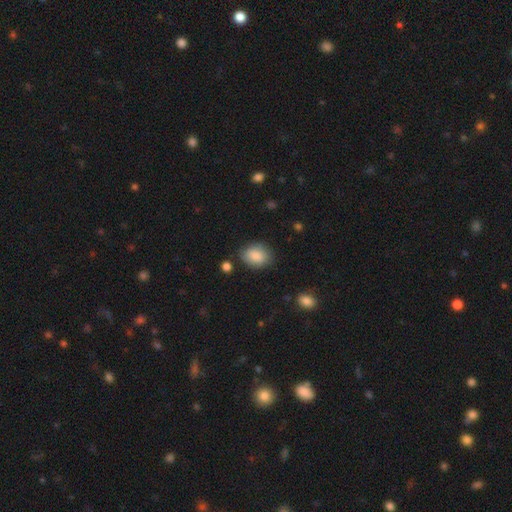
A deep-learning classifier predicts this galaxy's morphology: A smooth galaxy with no disk features (86%) that is in between round and cigar-shaped (61%). Merging: none (78%).